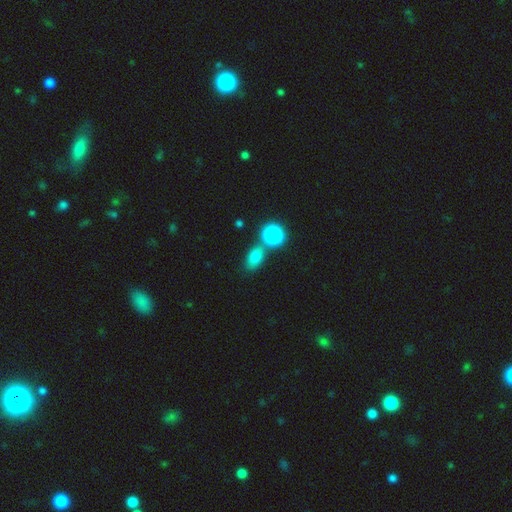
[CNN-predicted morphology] Smooth or featured: smooth — 76% (star or artifact — 16%)
How rounded: in between — 78% (round — 19%)
Merging: none — 64% (merger — 17%)